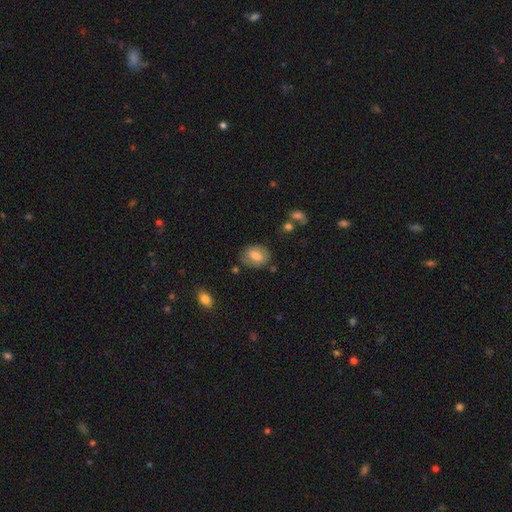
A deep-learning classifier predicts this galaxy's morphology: Smooth or featured? Predicted: smooth (p=0.70). How rounded? Predicted: in between (p=0.69). Merging? Predicted: none (p=0.71).